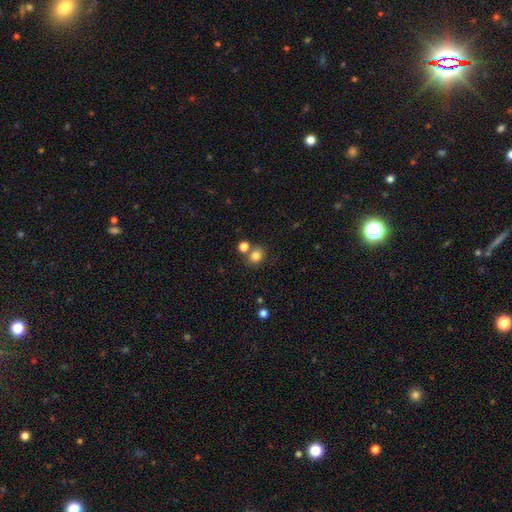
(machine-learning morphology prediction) Q: Smooth or featured?
A: smooth (80%); runner-up: star or artifact (13%)
Q: How rounded?
A: round (71%); runner-up: in between (28%)
Q: Merging?
A: none (64%); runner-up: merger (22%)